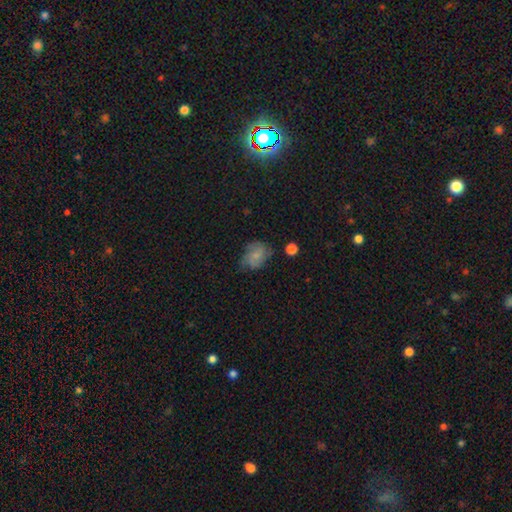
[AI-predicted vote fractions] This is likely a smooth galaxy (63%). How rounded: possibly in between (58%). Merging: possibly none (53%).